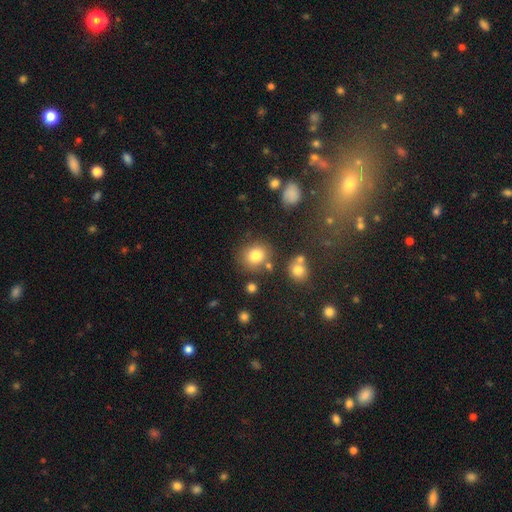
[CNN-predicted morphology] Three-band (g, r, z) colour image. It shows a smooth galaxy with no disk features (79%) that is round (78%). Merging: none (76%).